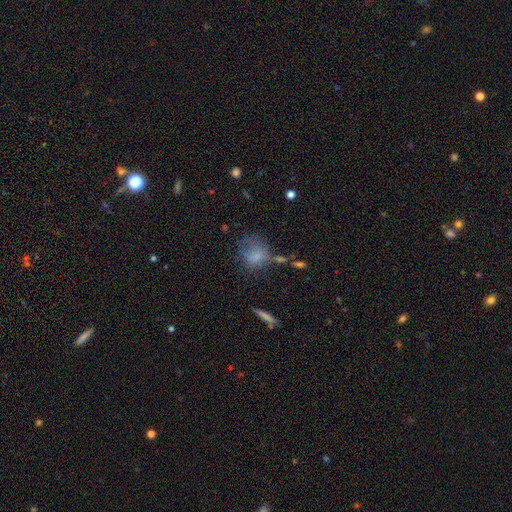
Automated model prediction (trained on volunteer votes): This is likely a smooth galaxy (69%). How rounded: likely round (61%). Merging: marginally none (37%).